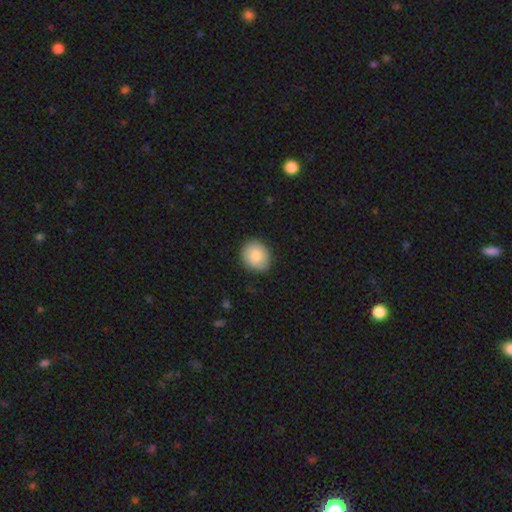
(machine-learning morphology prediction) smooth-or-featured: smooth: 81% | featured or disk: 12% | star or artifact: 7%
  how-rounded: round: 78% | in between: 21% | cigar-shaped: 1%
  merging: none: 86% | minor disturbance: 11% | major disturbance: 2% | merger: 1%